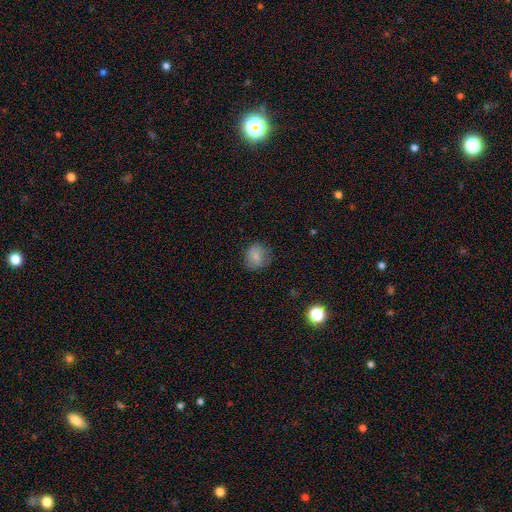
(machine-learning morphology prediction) smooth-or-featured: smooth: 82% | star or artifact: 10% | featured or disk: 8%
  how-rounded: round: 77% | in between: 22% | cigar-shaped: 1%
  merging: none: 77% | minor disturbance: 16% | major disturbance: 5% | merger: 1%